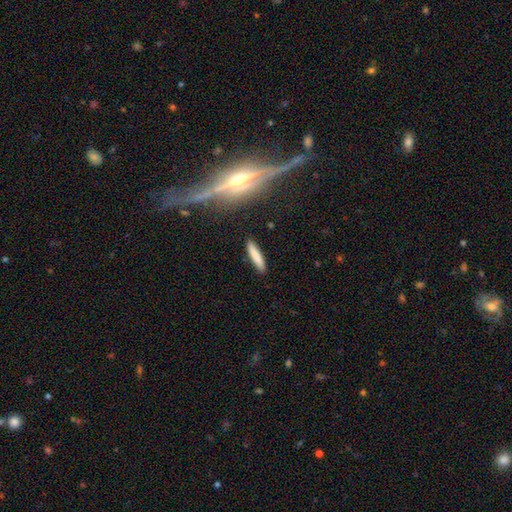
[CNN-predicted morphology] A smooth galaxy with no disk features (82%) that is cigar-shaped (87%).

Vote fractions:
- Smooth or featured? smooth: 82% / featured or disk: 11% / star or artifact: 7%
- How rounded? cigar-shaped: 87% / in between: 12% / round: 1%
- Merging? none: 89% / minor disturbance: 8% / major disturbance: 2% / merger: 2%